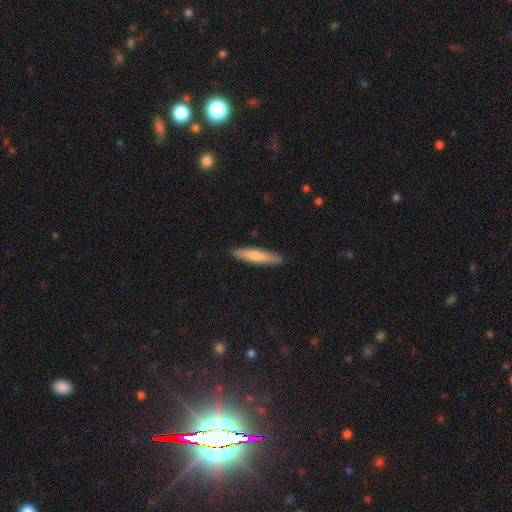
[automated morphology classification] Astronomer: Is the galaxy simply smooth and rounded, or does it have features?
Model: smooth — 72%.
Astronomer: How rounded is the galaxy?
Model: cigar-shaped — 85%.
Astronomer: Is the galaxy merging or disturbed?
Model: none — 90%.